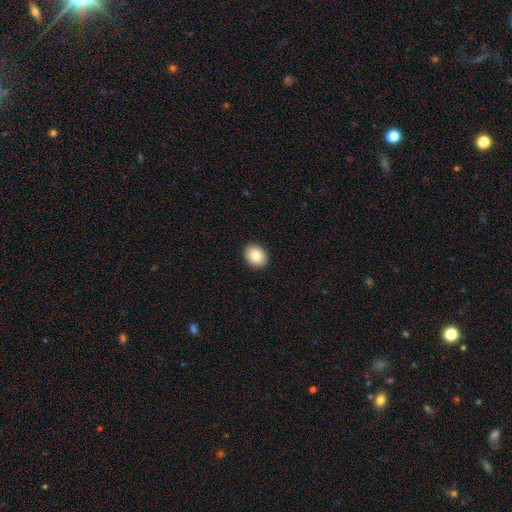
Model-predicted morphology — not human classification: A smooth galaxy with no disk features (84%) that is in between round and cigar-shaped (54%). Merging: none (92%).